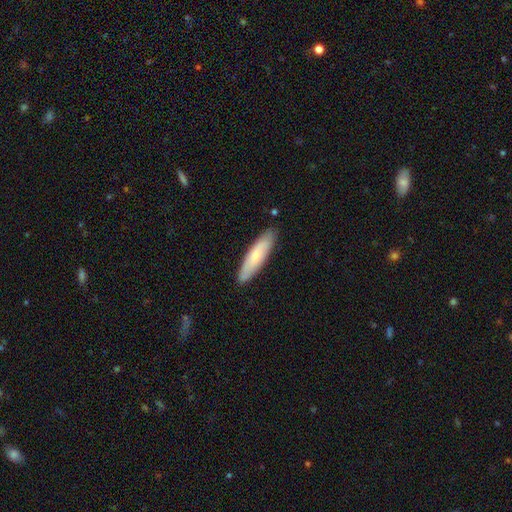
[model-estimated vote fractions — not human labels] smooth_or_featured: smooth (p=0.69) [alt: featured or disk p=0.25]
how_rounded: cigar-shaped (p=0.73) [alt: in between p=0.25]
merging: none (p=0.86) [alt: minor disturbance p=0.11]